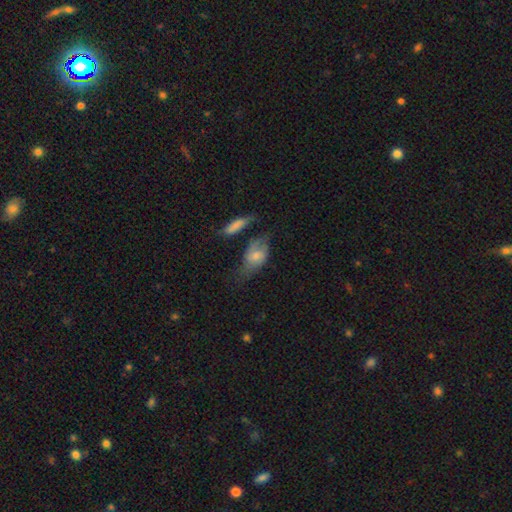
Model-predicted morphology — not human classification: smooth 59%, featured or disk 34%, star or artifact 7%. Down the decision tree: how rounded — in between (85%); merging — none (40%).